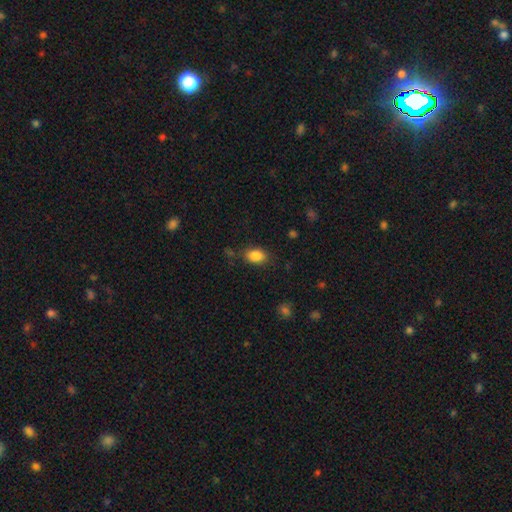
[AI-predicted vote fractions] This is clearly a smooth galaxy (86%). How rounded: clearly in between (84%). Merging: likely none (80%).